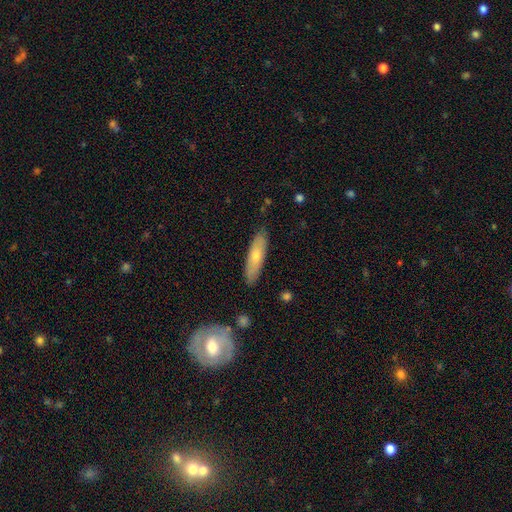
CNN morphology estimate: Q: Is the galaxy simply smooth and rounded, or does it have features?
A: smooth — 57%.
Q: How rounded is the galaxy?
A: cigar-shaped — 66%.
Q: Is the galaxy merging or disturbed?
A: none — 84%.